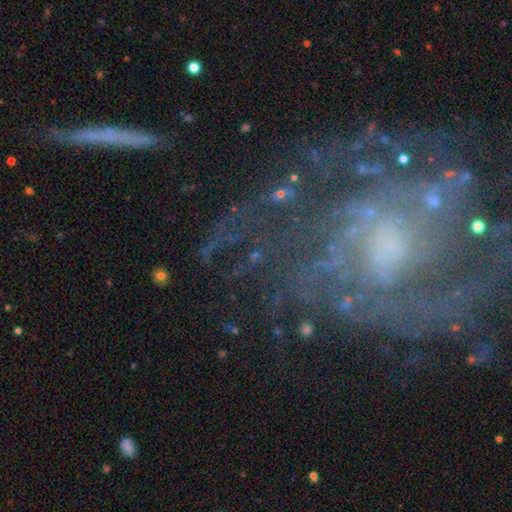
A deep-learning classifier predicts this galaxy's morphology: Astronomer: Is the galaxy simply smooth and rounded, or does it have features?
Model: star or artifact — 47% (runner-up: featured or disk, 35%).